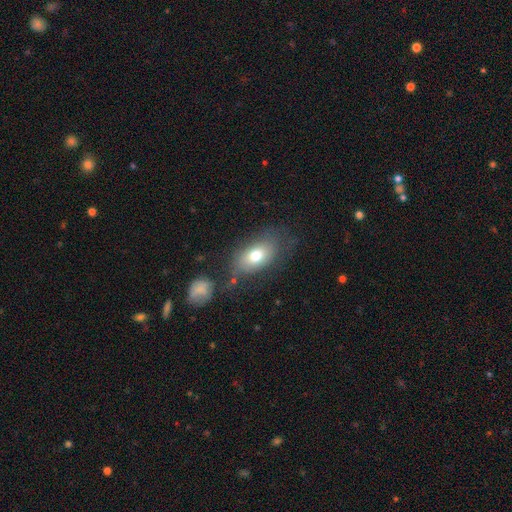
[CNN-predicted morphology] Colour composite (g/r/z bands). It shows a smooth galaxy with no disk features (72%) that is in between round and cigar-shaped (88%). Merging: none (63%).